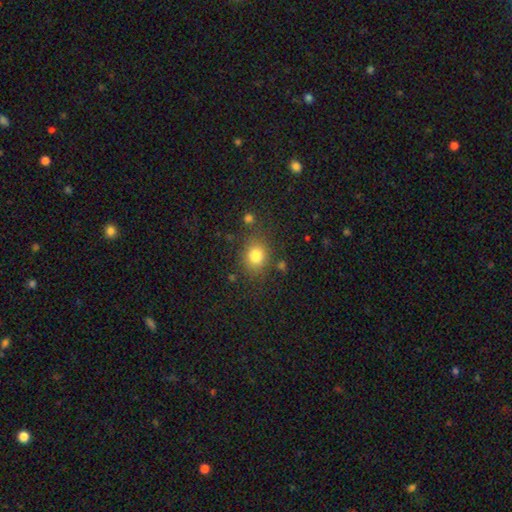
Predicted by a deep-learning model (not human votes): Overall: smooth (81%). How rounded: round (62%; in between 37%). Merging: none (78%).